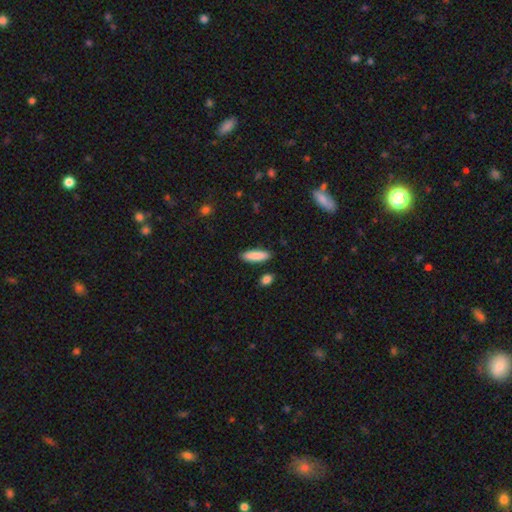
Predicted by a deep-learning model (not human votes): smooth-or-featured: smooth: 88% | featured or disk: 7% | star or artifact: 6%
  how-rounded: cigar-shaped: 58% | in between: 40% | round: 2%
  merging: none: 88% | minor disturbance: 8% | merger: 2% | major disturbance: 2%